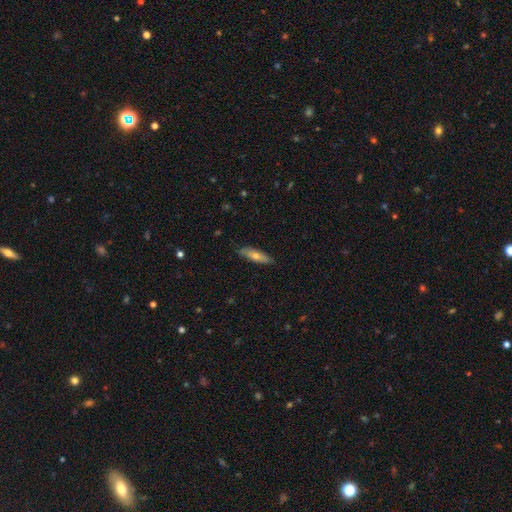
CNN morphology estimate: Smooth or featured? Predicted: smooth (p=0.56). How rounded? Predicted: cigar-shaped (p=0.64). Merging? Predicted: none (p=0.84).